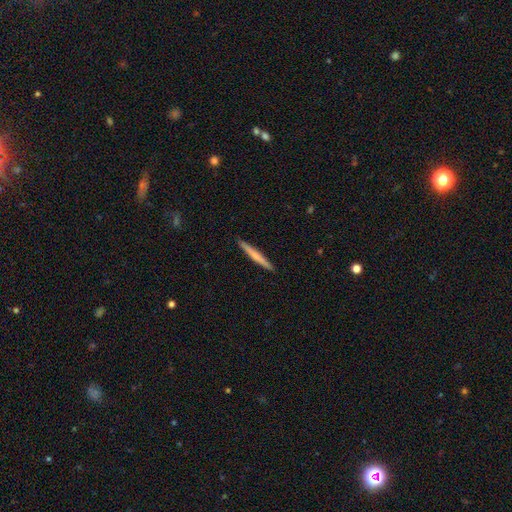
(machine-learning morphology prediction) Overall: smooth (56%; featured or disk 39%). How rounded: cigar-shaped (97%). Merging: none (92%).